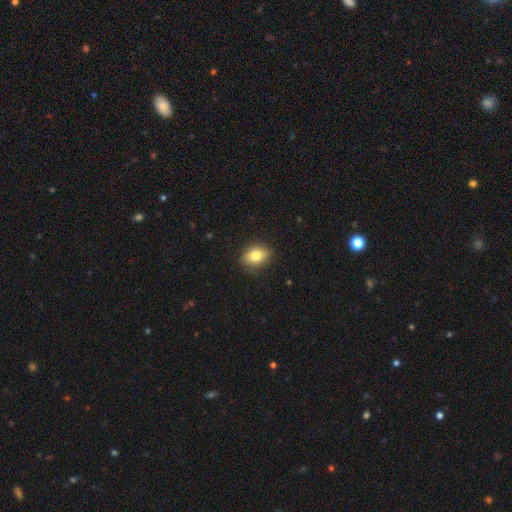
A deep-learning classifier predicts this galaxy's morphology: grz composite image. It shows a smooth galaxy with no disk features (81%) that is in between round and cigar-shaped (71%). Merging: none (87%).